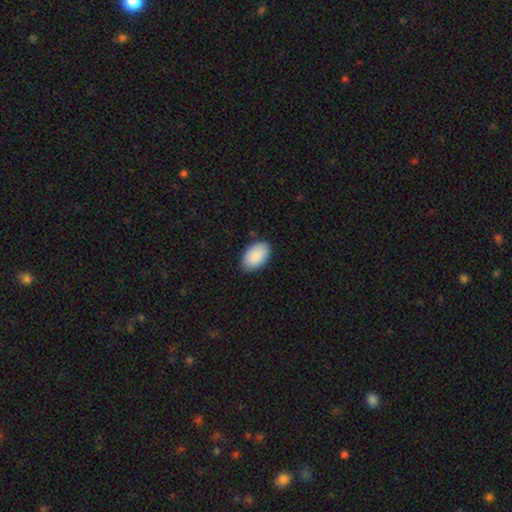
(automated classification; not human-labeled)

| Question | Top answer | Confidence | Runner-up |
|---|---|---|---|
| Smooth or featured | smooth | 90% | star or artifact (6%) |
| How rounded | in between | 94% | round (5%) |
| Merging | none | 85% | minor disturbance (12%) |